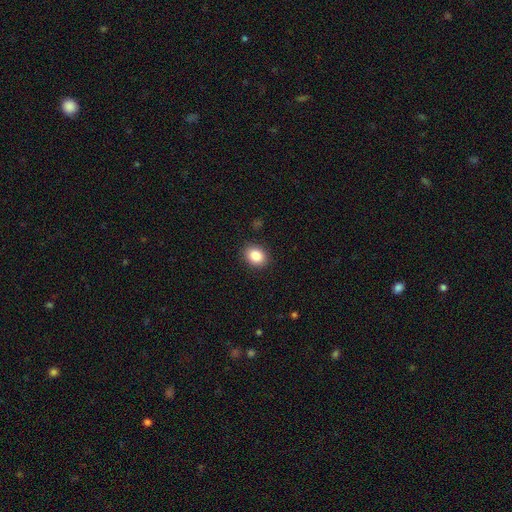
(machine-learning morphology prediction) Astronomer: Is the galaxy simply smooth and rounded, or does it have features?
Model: smooth — 86%.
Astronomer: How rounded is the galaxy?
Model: in between — 54% (runner-up: round, 45%).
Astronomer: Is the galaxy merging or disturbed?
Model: none — 89%.